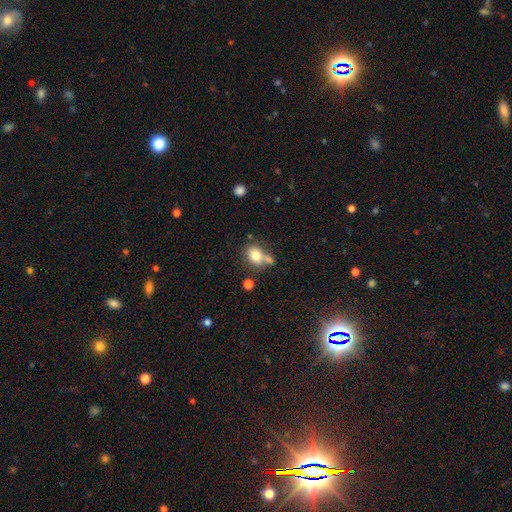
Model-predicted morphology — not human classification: smooth-or-featured: smooth: 79% | featured or disk: 12% | star or artifact: 10%
  how-rounded: in between: 63% | round: 35% | cigar-shaped: 2%
  merging: none: 46% | merger: 32% | minor disturbance: 15% | major disturbance: 6%